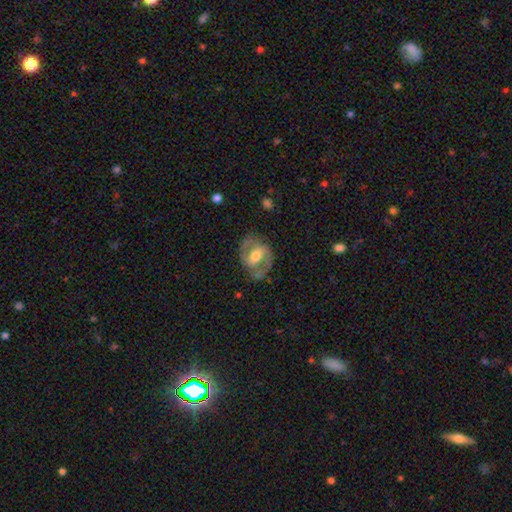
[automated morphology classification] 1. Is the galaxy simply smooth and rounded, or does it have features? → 75% featured or disk, 19% smooth, 6% star or artifact.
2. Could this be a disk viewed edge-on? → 96% no, 4% yes.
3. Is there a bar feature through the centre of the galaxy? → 44% weak, 32% strong, 25% no.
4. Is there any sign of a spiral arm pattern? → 83% yes, 17% no.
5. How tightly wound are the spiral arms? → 54% medium, 26% tight, 20% loose.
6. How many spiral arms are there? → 86% 2, 7% can't tell, 4% 1, 1% 3, 1% 4, 1% more than 4.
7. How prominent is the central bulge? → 66% moderate, 20% small, 11% large, 2% none, 1% dominant.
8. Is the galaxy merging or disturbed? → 72% none, 18% minor disturbance, 9% major disturbance, 2% merger.